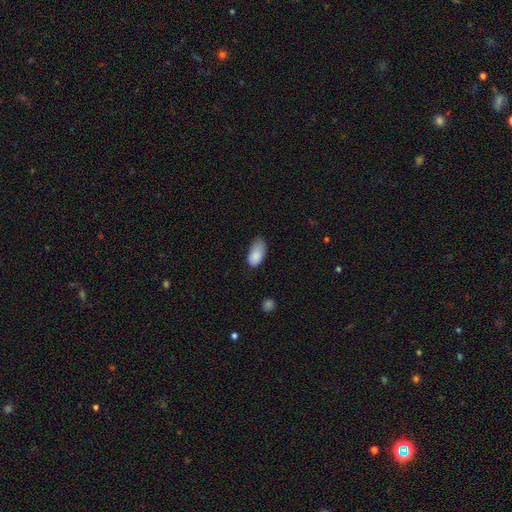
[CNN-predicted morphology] Smooth or featured?
  - smooth: 86% *
  - star or artifact: 8%
  - featured or disk: 6%
How rounded?
  - in between: 93% *
  - round: 4%
  - cigar-shaped: 3%
Merging?
  - minor disturbance: 43% * (tied)
  - none: 43% * (tied)
  - major disturbance: 12%
  - merger: 2%